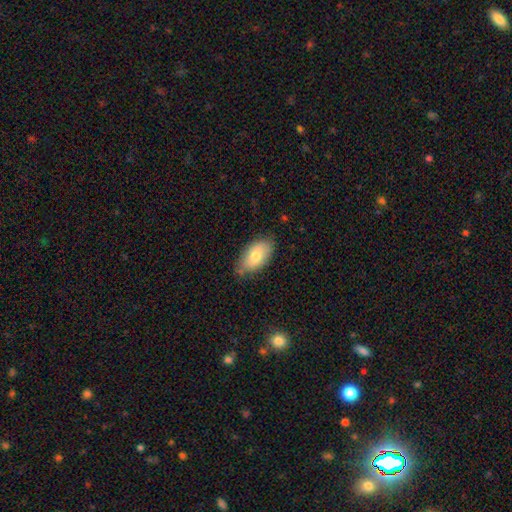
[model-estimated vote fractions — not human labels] Smooth or featured: smooth — 72% (featured or disk — 21%)
How rounded: in between — 93% (round — 4%)
Merging: none — 71% (minor disturbance — 24%)